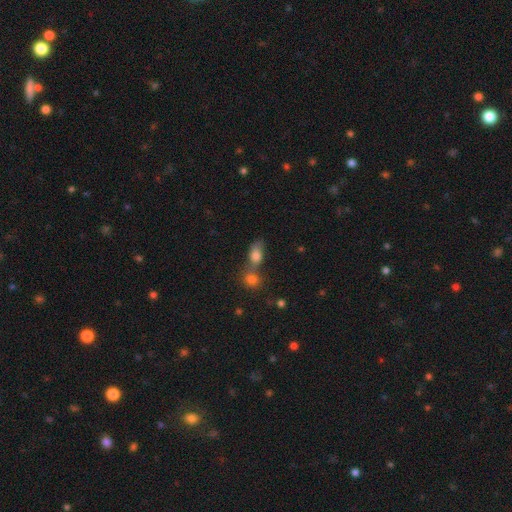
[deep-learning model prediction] smooth_or_featured: smooth (p=0.79) [alt: star or artifact p=0.11]
how_rounded: in between (p=0.77) [alt: round p=0.18]
merging: merger (p=0.47) [alt: none p=0.34]